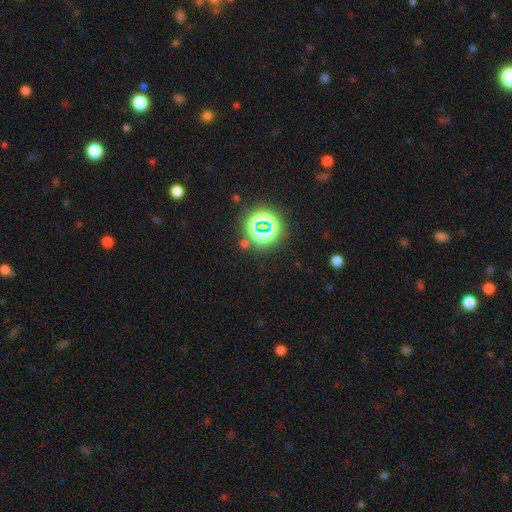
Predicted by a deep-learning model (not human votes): smooth-or-featured: star or artifact: 81% | smooth: 12% | featured or disk: 7%